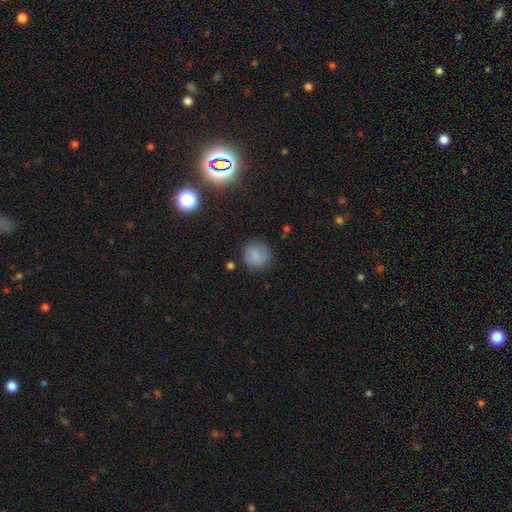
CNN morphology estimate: Q: Smooth or featured?
A: smooth (80%); runner-up: star or artifact (11%)
Q: How rounded?
A: round (89%); runner-up: in between (10%)
Q: Merging?
A: none (77%); runner-up: minor disturbance (16%)